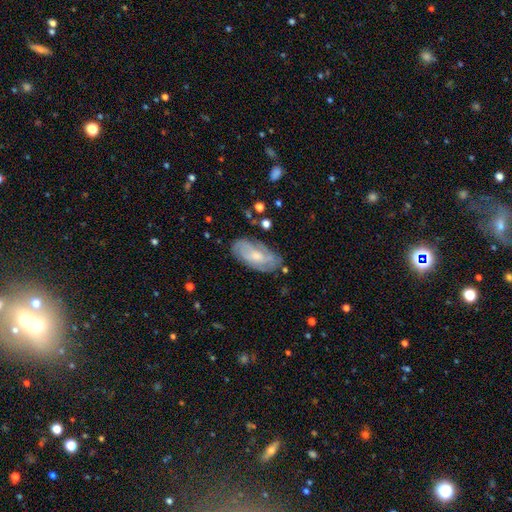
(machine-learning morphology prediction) smooth-or-featured: featured or disk: 58% | smooth: 36% | star or artifact: 7%
  disk-edge-on: no: 91% | yes: 9%
    bar: no: 67% | weak: 28% | strong: 5%
    has-spiral-arms: yes: 74% | no: 26%
    bulge-size: moderate: 53% | small: 29% | large: 9% | none: 7% | dominant: 1%
  merging: none: 71% | minor disturbance: 20% | major disturbance: 6% | merger: 2%